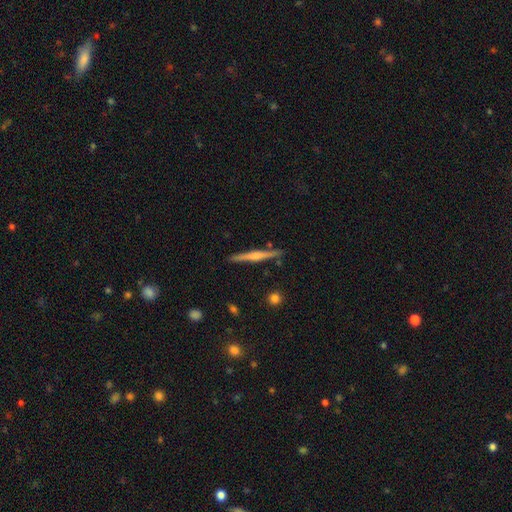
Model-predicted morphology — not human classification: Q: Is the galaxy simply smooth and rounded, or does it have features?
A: featured or disk — 65%.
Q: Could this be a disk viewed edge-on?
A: yes — 98%.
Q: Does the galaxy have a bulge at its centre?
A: rounded — 63%.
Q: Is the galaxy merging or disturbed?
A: none — 89%.